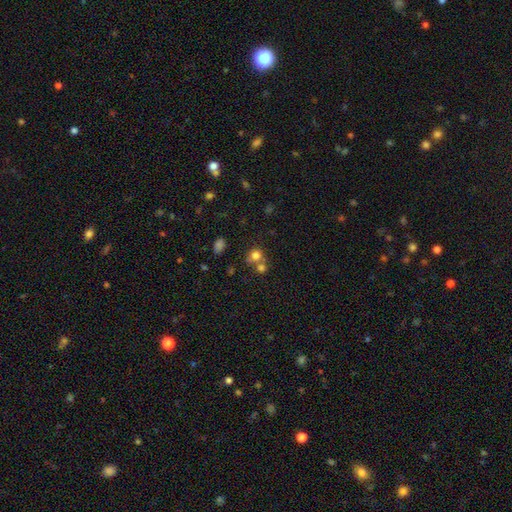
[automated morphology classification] smooth 77%, star or artifact 14%, featured or disk 10%. Down the decision tree: how rounded — round (81%); merging — none (46%).